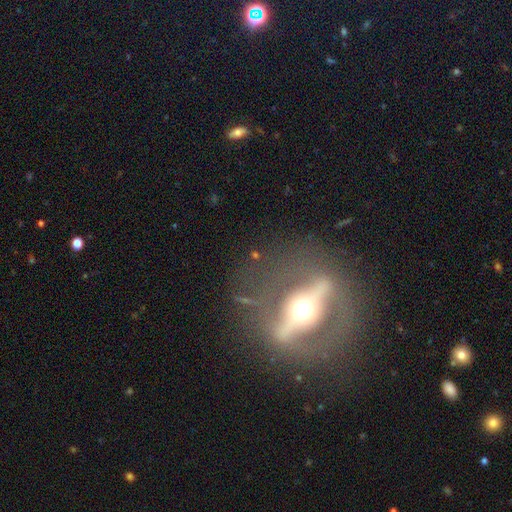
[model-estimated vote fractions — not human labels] Smooth or featured: featured or disk — 71% (smooth — 15%)
Edge-on disk: yes — 62% (no — 38%)
Merging: none — 75% (minor disturbance — 11%)